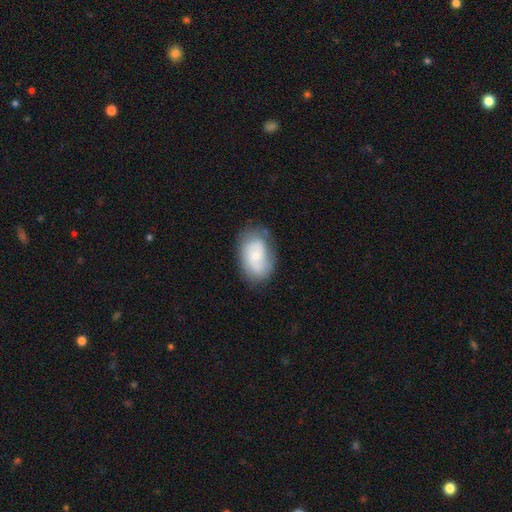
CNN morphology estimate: type=smooth (47%); merging=none (69%).